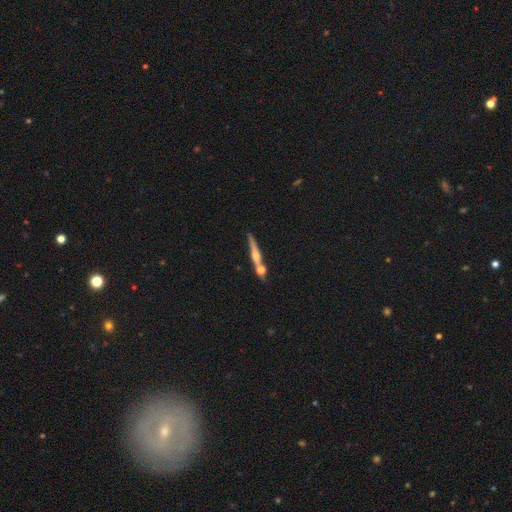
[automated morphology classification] Smooth or featured: featured or disk — 60% (smooth — 31%)
Edge-on disk: yes — 92% (no — 8%)
Edge-on bulge: rounded — 76% (none — 13%)
Merging: none — 57% (merger — 26%)